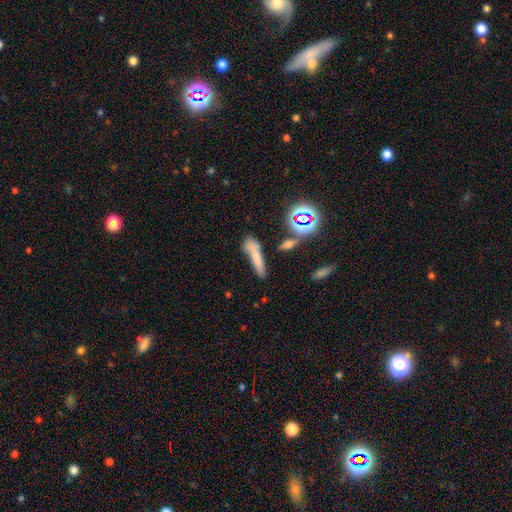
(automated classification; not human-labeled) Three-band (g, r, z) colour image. It shows a smooth galaxy with no disk features (65%) that is cigar-shaped (79%). Merging: none (50%).